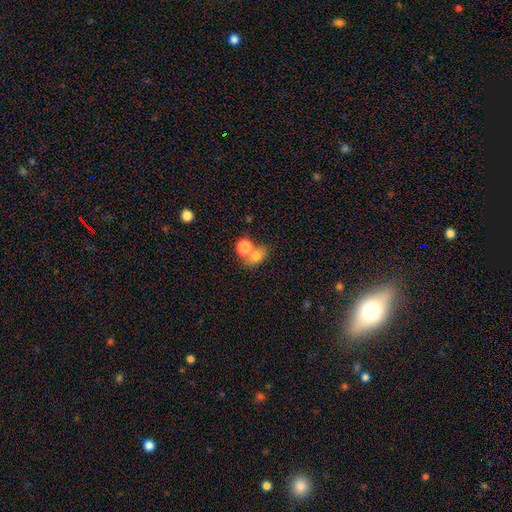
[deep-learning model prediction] Smooth or featured? smooth (74%)
How rounded? in between (58%)
Merging? merger (43%)